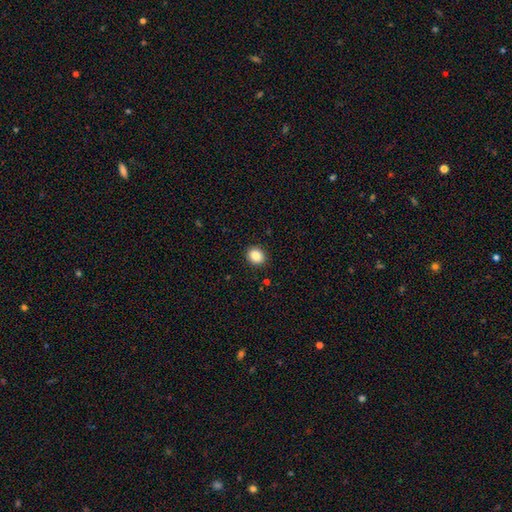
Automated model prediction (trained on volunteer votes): This is clearly a smooth galaxy (87%). How rounded: likely round (65%). Merging: clearly none (91%).